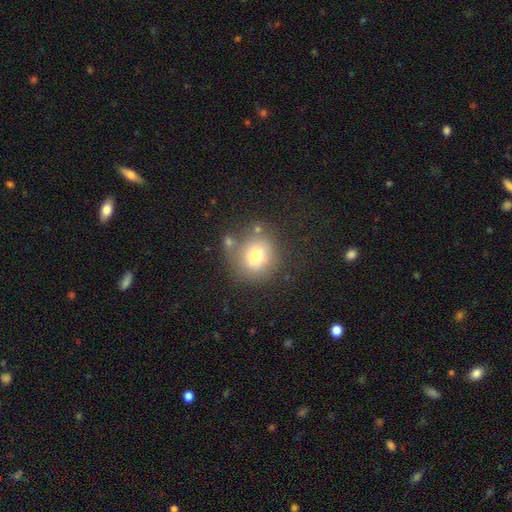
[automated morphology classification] smooth-or-featured: smooth: 76% | featured or disk: 14% | star or artifact: 10%
  how-rounded: round: 77% | in between: 22% | cigar-shaped: 1%
  merging: none: 63% | minor disturbance: 19% | merger: 10% | major disturbance: 8%